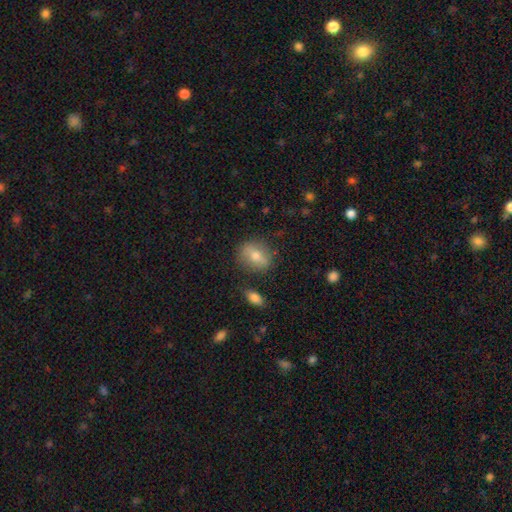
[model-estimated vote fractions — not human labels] The model was most divided on "how rounded": in between: 59%, round: 37%, cigar-shaped: 3%. More confident: merging — none (82%); smooth or featured — smooth (64%).